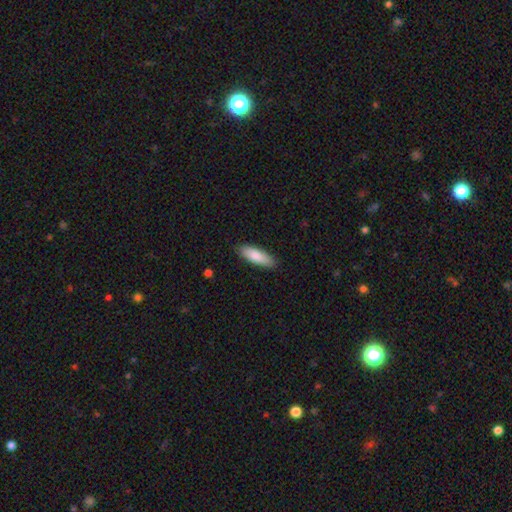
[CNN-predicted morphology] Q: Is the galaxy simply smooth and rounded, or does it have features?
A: smooth — 85%.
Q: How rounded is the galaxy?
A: in between — 56%.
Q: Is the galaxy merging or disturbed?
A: none — 87%.